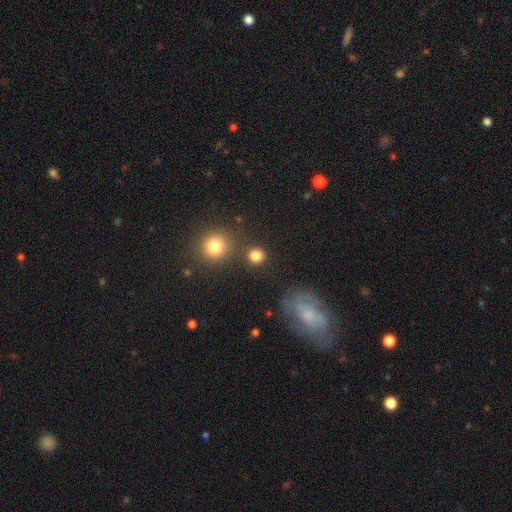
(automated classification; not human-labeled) Overall: smooth (84%). How rounded: round (87%). Merging: none (83%).